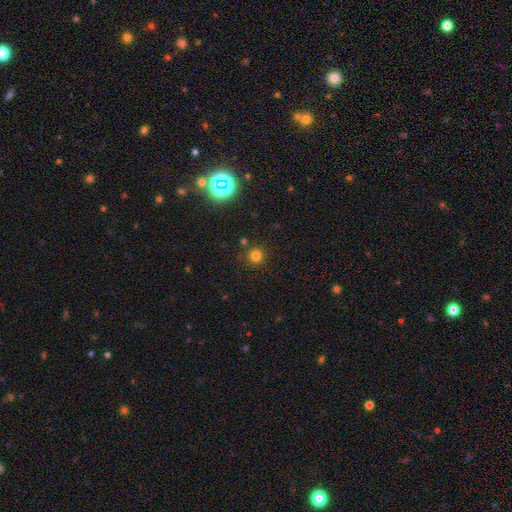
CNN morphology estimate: This appears to be a smooth galaxy with no disk features (75%) that is round (93%). Merging: none (85%).